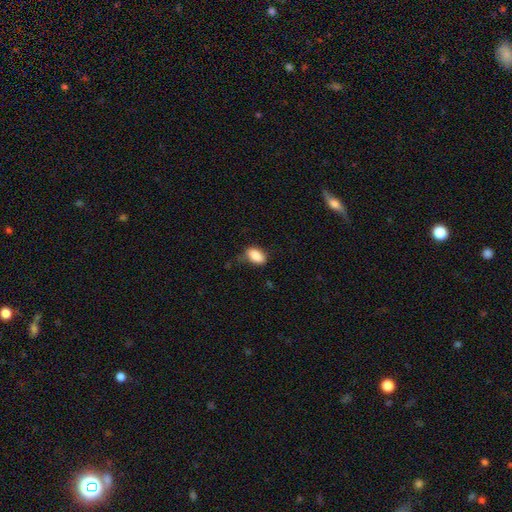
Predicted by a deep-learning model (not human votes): This appears to be a smooth galaxy with no disk features (87%) that is in between round and cigar-shaped (91%). Merging: none (64%).